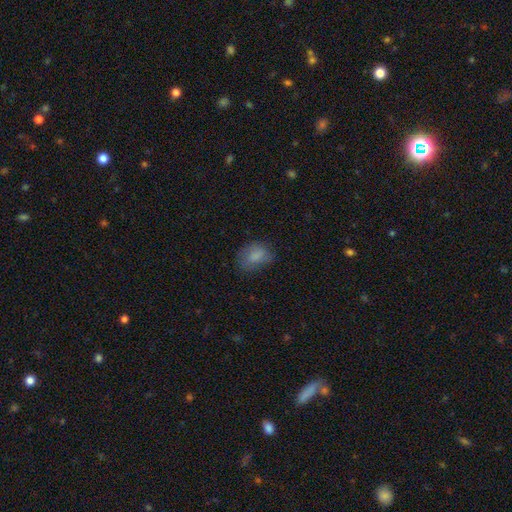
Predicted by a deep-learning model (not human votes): This appears to be a smooth galaxy with no disk features (80%) that is in between round and cigar-shaped (77%). Merging: none (61%).